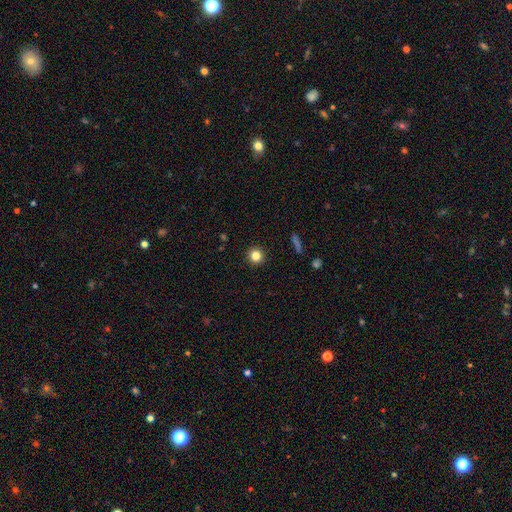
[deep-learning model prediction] smooth_or_featured: smooth (p=0.82) [alt: star or artifact p=0.12]
how_rounded: round (p=0.95) [alt: in between p=0.04]
merging: none (p=0.93) [alt: minor disturbance p=0.05]